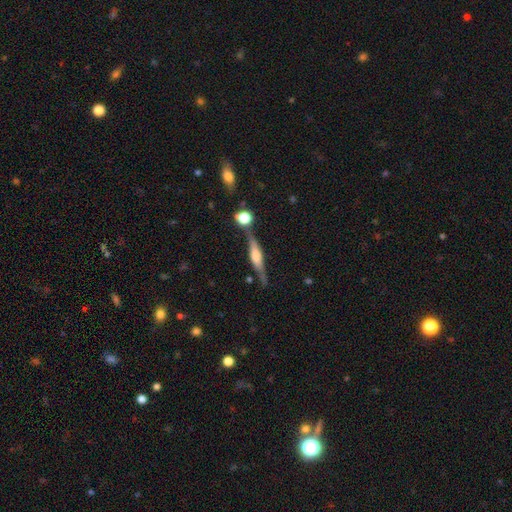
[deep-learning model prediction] Overall: featured or disk (72%). Edge-on disk: yes (96%). Edge-on bulge: rounded (68%). Merging: none (74%).